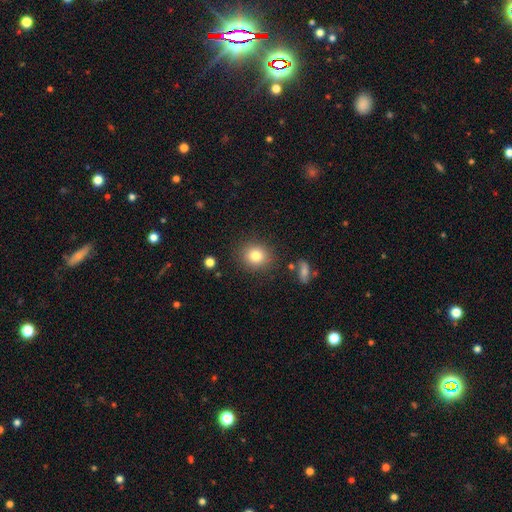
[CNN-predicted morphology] Smooth or featured?
  - smooth: 80% *
  - star or artifact: 11%
  - featured or disk: 8%
How rounded?
  - round: 82% *
  - in between: 17%
  - cigar-shaped: 1%
Merging?
  - none: 87% *
  - minor disturbance: 8%
  - major disturbance: 3%
  - merger: 2%